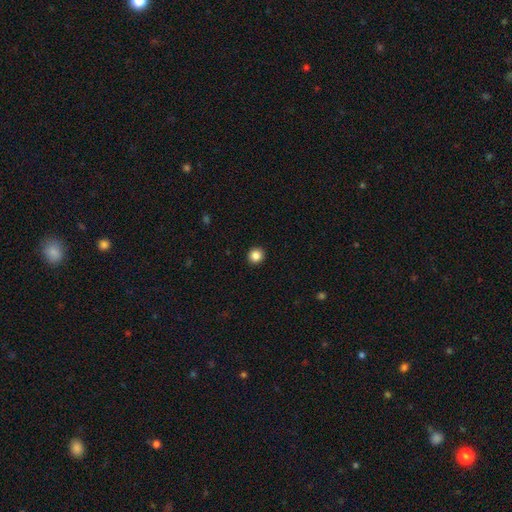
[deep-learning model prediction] This appears to be a smooth galaxy with no disk features (86%) that is round (92%). Merging: none (93%).